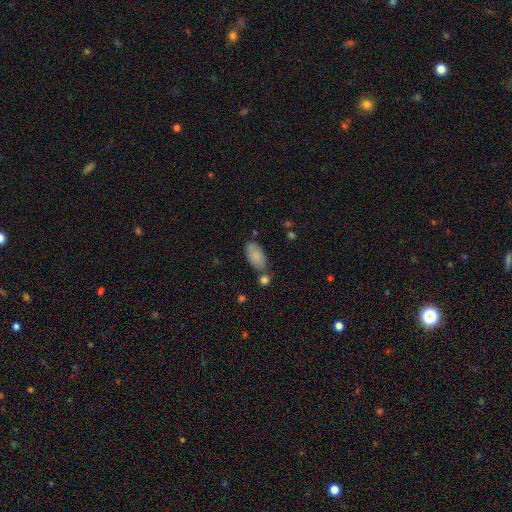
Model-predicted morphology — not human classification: Q: Smooth or featured?
A: smooth (82%); runner-up: featured or disk (11%)
Q: How rounded?
A: in between (93%); runner-up: cigar-shaped (4%)
Q: Merging?
A: none (62%); runner-up: minor disturbance (19%)